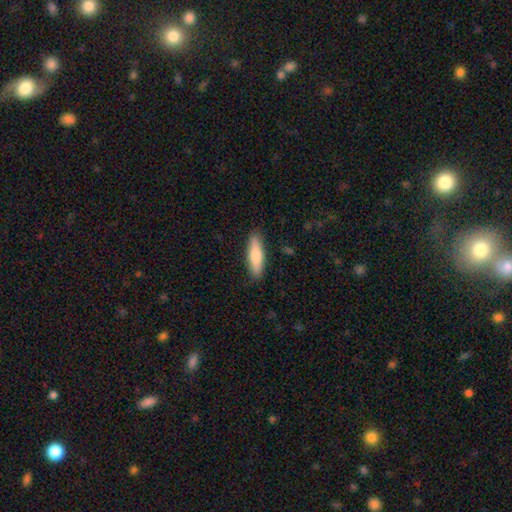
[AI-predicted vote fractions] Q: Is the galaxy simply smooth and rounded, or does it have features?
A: smooth — 79%.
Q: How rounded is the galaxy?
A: cigar-shaped — 65%.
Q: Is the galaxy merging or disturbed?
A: none — 87%.